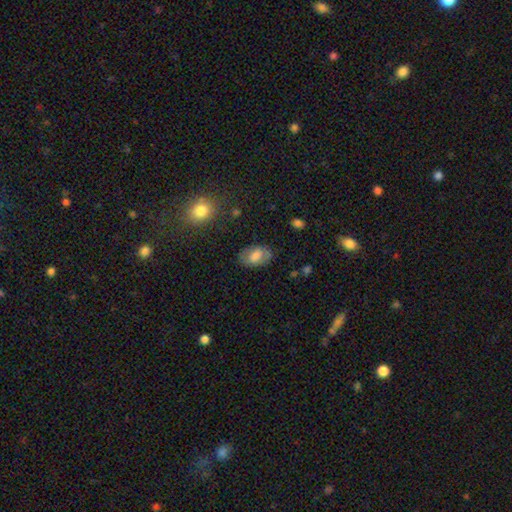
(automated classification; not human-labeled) Overall: smooth (65%; featured or disk 27%). How rounded: in between (91%). Merging: none (76%).